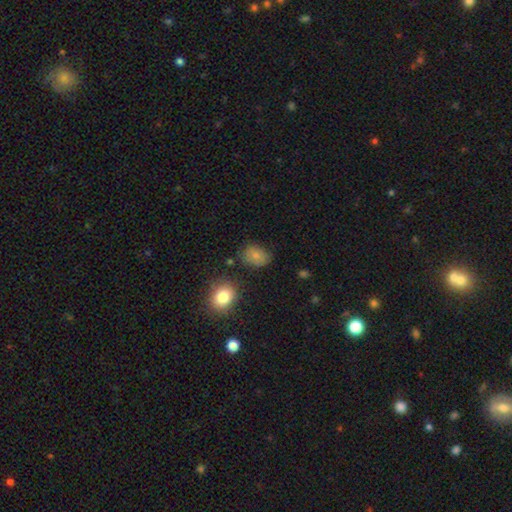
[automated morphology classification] smooth_or_featured: smooth (p=0.79) [alt: star or artifact p=0.11]
how_rounded: in between (p=0.69) [alt: round p=0.30]
merging: none (p=0.69) [alt: minor disturbance p=0.20]